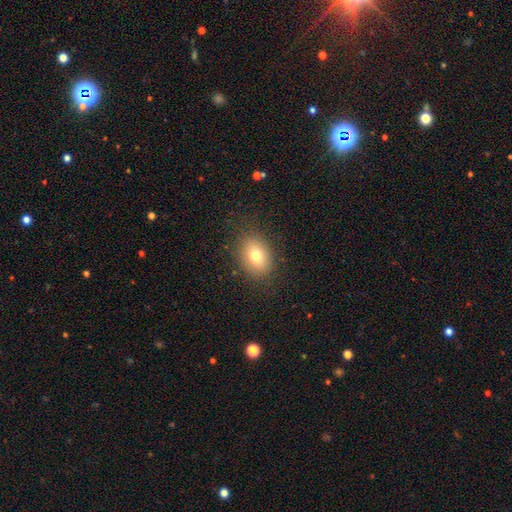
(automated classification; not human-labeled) Morphology: type=smooth (76%); roundness=in between (74%); merging=none (84%).